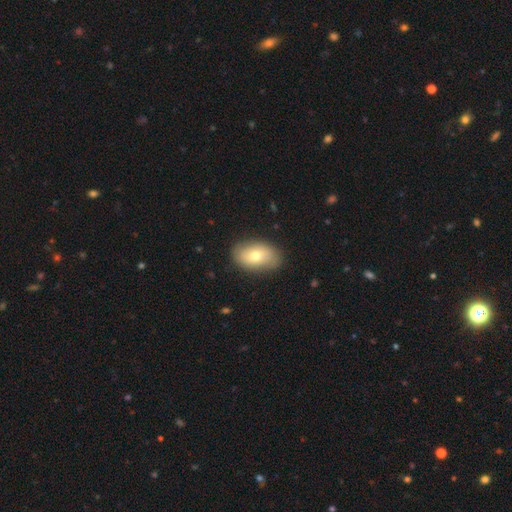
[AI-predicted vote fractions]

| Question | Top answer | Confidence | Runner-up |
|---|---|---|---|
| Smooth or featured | smooth | 68% | featured or disk (25%) |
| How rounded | in between | 87% | round (12%) |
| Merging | none | 83% | minor disturbance (13%) |